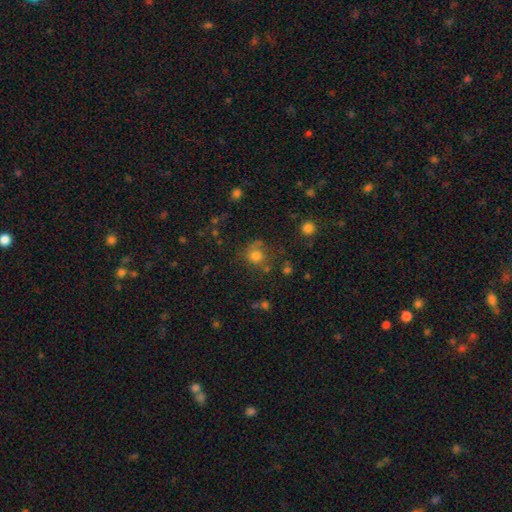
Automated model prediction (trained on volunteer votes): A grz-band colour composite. It shows a smooth galaxy with no disk features (75%) that is round (86%). Merging: none (64%).